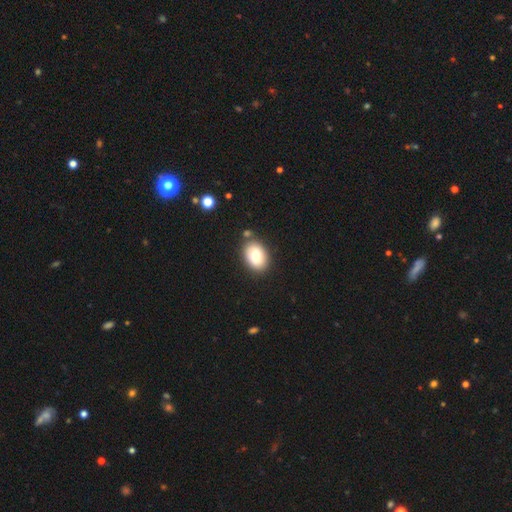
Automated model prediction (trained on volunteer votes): This appears to be a smooth galaxy with no disk features (79%) that is in between round and cigar-shaped (82%). Merging: none (80%).